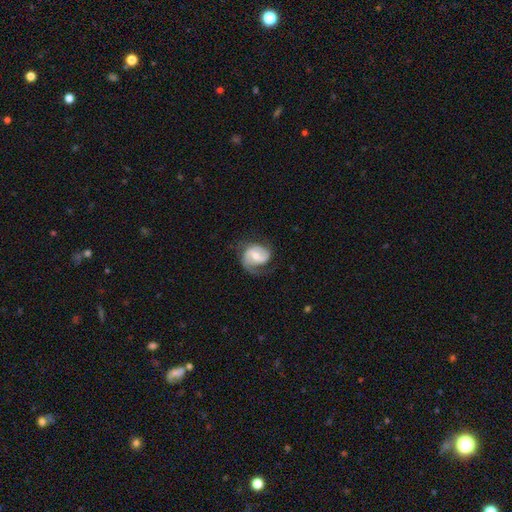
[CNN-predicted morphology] Smooth or featured: featured or disk — 74% (smooth — 20%)
Edge-on disk: no — 98% (yes — 2%)
Bar: weak — 46% (no — 38%)
Spiral arms: yes — 92% (no — 8%)
Spiral winding: medium — 44% (tight — 30%)
Spiral arm count: 2 — 65% (1 — 22%)
Bulge size: moderate — 54% (small — 39%)
Merging: none — 56% (minor disturbance — 25%)